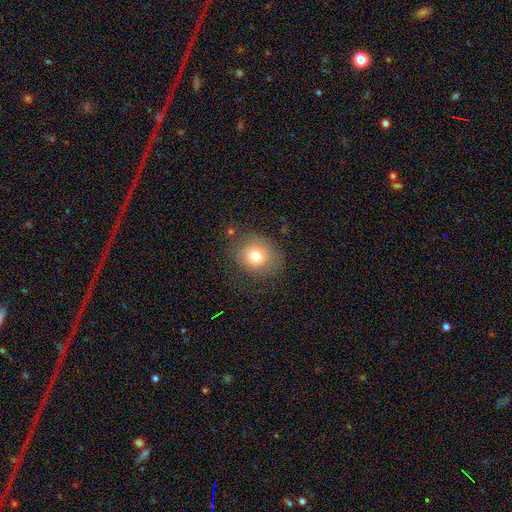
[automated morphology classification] A smooth galaxy with no disk features (74%) that is round (73%).

Vote fractions:
- Smooth or featured? smooth: 74% / featured or disk: 15% / star or artifact: 11%
- How rounded? round: 73% / in between: 26% / cigar-shaped: 1%
- Merging? none: 70% / minor disturbance: 18% / major disturbance: 11% / merger: 2%